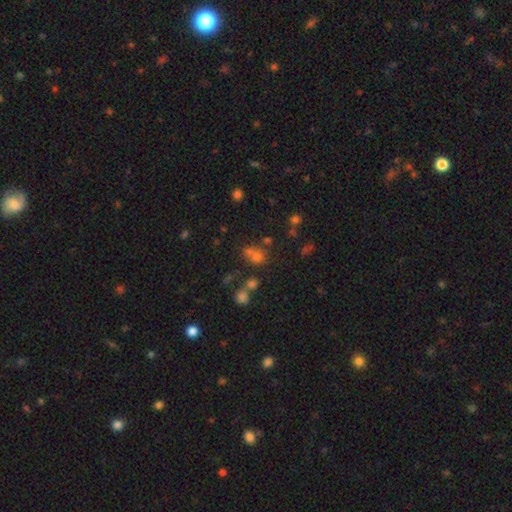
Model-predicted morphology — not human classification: smooth-or-featured: smooth: 63% | star or artifact: 24% | featured or disk: 13%
  how-rounded: round: 72% | in between: 26% | cigar-shaped: 1%
  merging: none: 48% | merger: 35% | minor disturbance: 11% | major disturbance: 6%